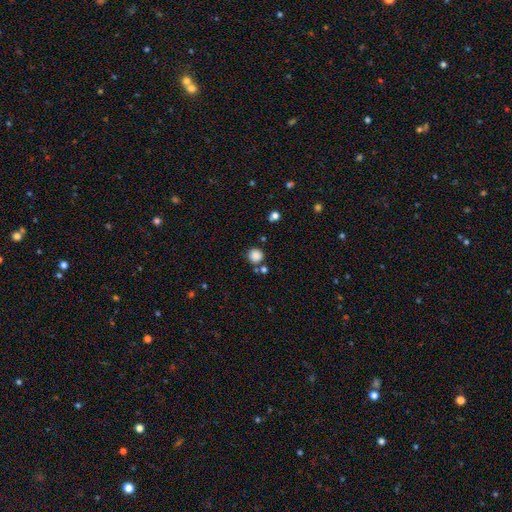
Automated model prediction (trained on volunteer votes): Smooth or featured? Predicted: smooth (p=0.85). How rounded? Predicted: round (p=0.93). Merging? Predicted: none (p=0.79).